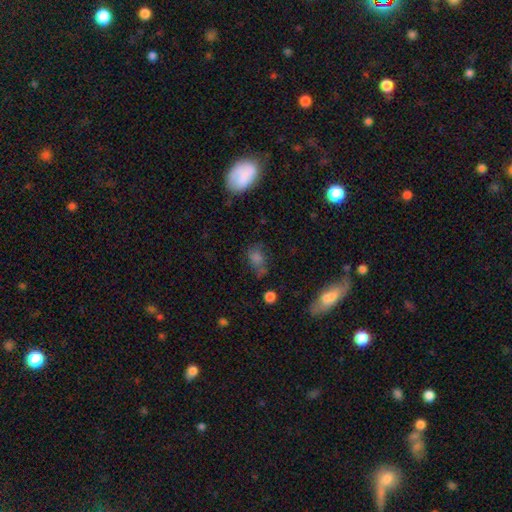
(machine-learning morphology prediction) A smooth galaxy with no disk features (65%) that is in between round and cigar-shaped (66%).

Vote fractions:
- Smooth or featured? smooth: 65% / star or artifact: 19% / featured or disk: 16%
- How rounded? in between: 66% / round: 29% / cigar-shaped: 5%
- Merging? none: 57% / minor disturbance: 24% / major disturbance: 12% / merger: 7%